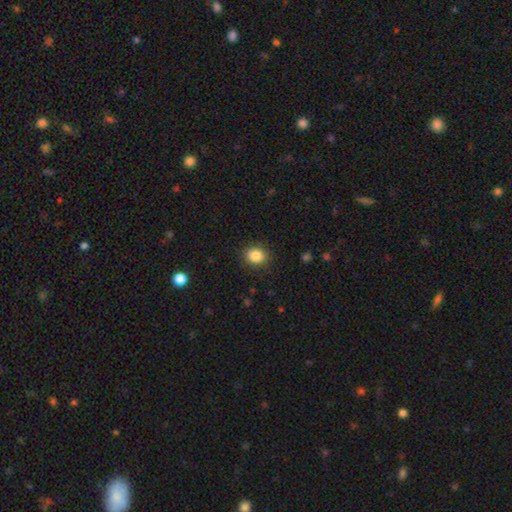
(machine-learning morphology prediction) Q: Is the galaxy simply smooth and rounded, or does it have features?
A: smooth — 86%.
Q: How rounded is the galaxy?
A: round — 58%.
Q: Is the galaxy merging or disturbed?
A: none — 88%.